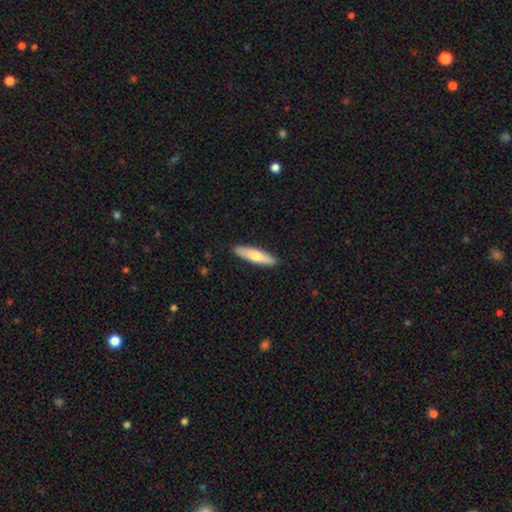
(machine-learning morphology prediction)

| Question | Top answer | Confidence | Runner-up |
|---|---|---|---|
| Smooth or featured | smooth | 67% | featured or disk (28%) |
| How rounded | cigar-shaped | 78% | in between (21%) |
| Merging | none | 91% | minor disturbance (7%) |